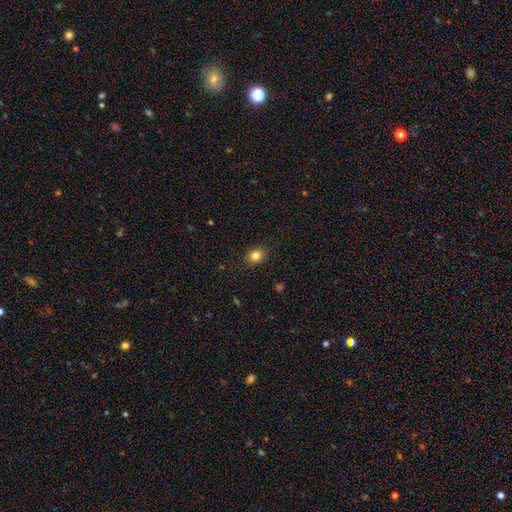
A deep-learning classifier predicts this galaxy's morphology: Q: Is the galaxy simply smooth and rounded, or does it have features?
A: smooth — 81%.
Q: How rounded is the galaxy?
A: round — 60%.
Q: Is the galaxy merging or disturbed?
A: none — 88%.